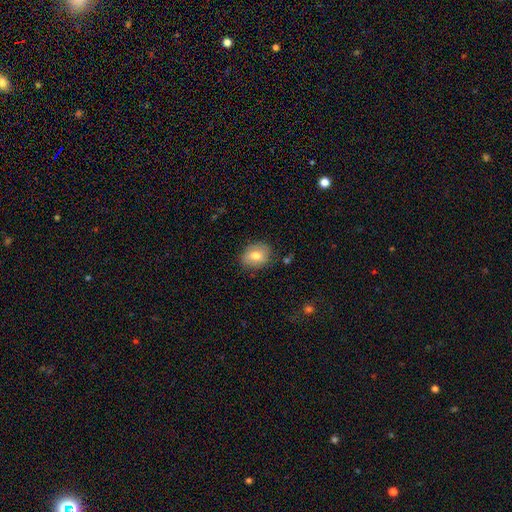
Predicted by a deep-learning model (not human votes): A smooth galaxy with no disk features (75%) that is in between round and cigar-shaped (57%). Merging: none (79%).